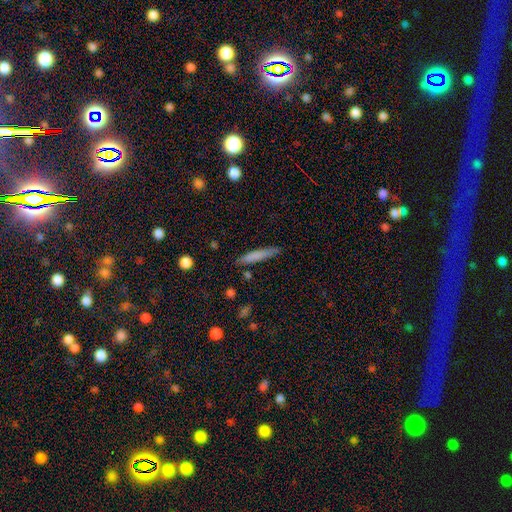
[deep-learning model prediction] Overall: smooth (74%). How rounded: cigar-shaped (92%). Merging: none (81%).